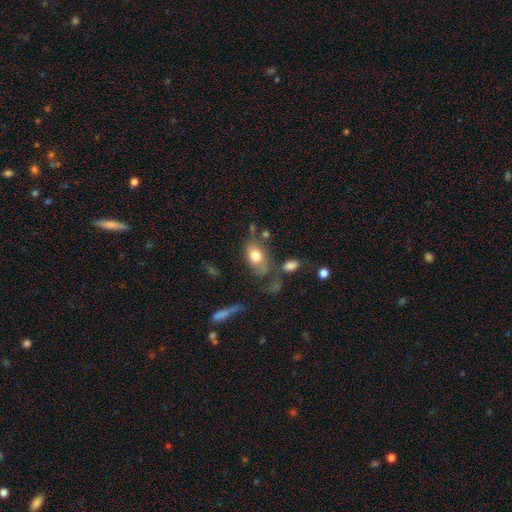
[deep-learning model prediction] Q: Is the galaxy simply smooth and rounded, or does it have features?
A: smooth — 72%.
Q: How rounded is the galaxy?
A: in between — 82%.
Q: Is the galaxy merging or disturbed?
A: none — 47%.